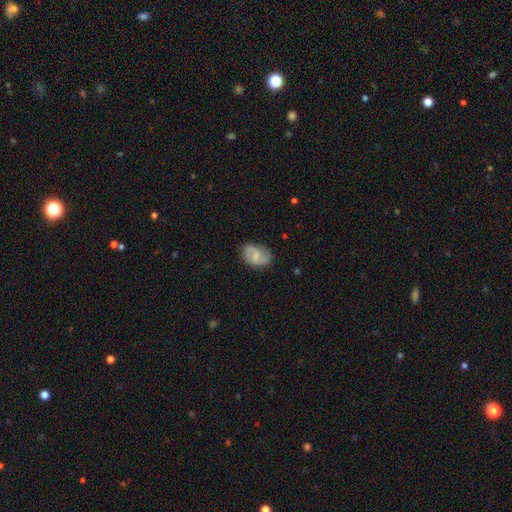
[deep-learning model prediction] A featured or disk galaxy (52%) with a weak bar (53%), spiral arms (82%) and a small central bulge (48%). Merging: none (70%).